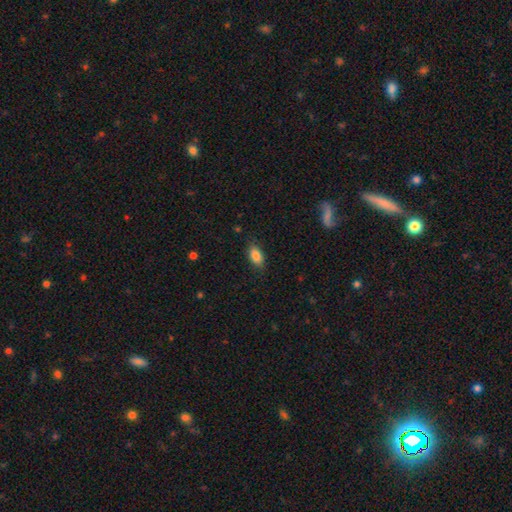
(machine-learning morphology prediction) Overall: smooth (86%). How rounded: in between (89%). Merging: none (82%).